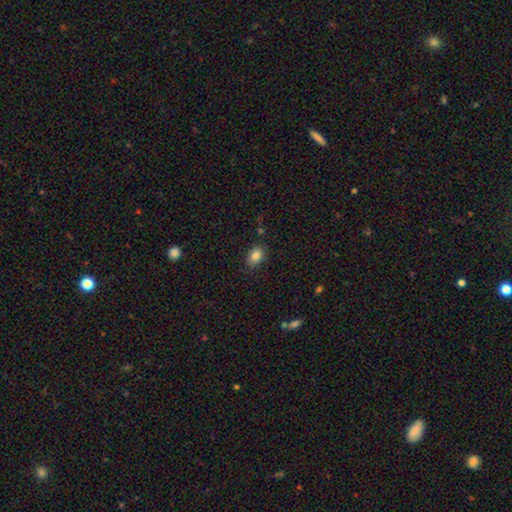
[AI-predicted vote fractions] A smooth galaxy with no disk features (84%) that is in between round and cigar-shaped (73%). Merging: none (83%).